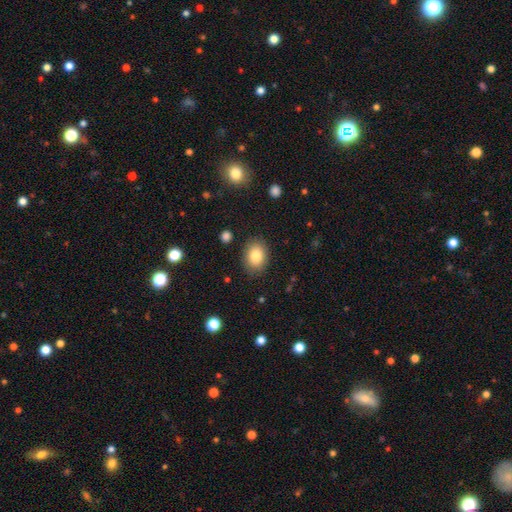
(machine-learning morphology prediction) Overall: smooth (83%). How rounded: in between (69%; round 30%). Merging: none (86%).